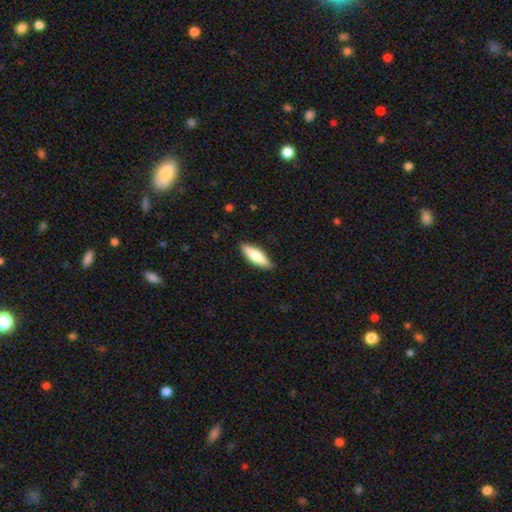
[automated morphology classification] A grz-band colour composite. It shows a smooth galaxy with no disk features (71%) that is in between round and cigar-shaped (50%). Merging: none (87%).